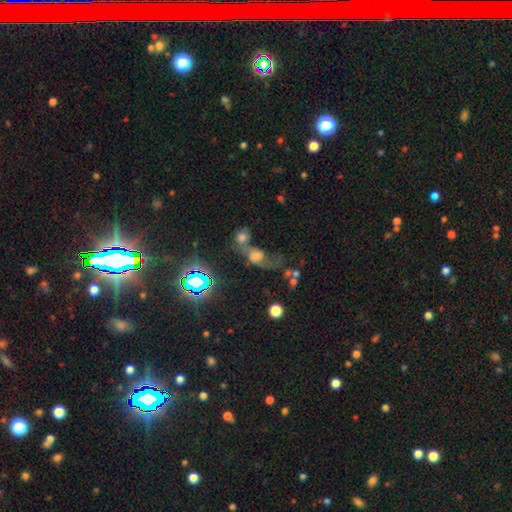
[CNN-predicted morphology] Smooth or featured?
  - smooth: 41% *
  - star or artifact: 36%
  - featured or disk: 23%
Merging?
  - merger: 51% *
  - none: 21%
  - major disturbance: 18%
  - minor disturbance: 10%